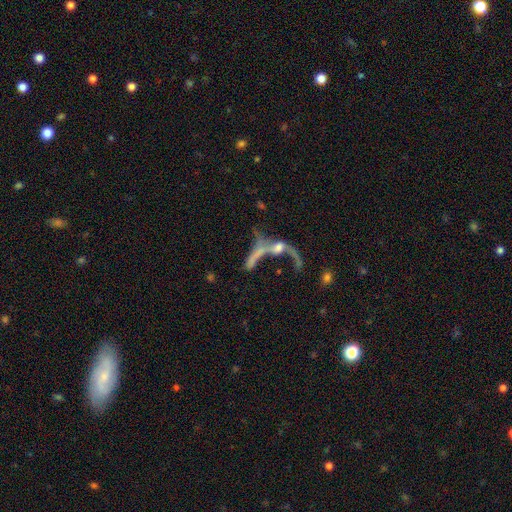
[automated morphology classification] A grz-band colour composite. It shows a featured or disk galaxy (57%). Merging: merger (50%).